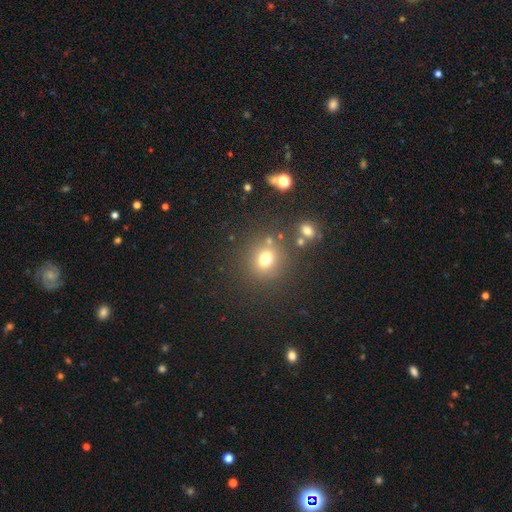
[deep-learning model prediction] Overall: smooth (55%; star or artifact 37%). How rounded: round (88%). Merging: none (78%).